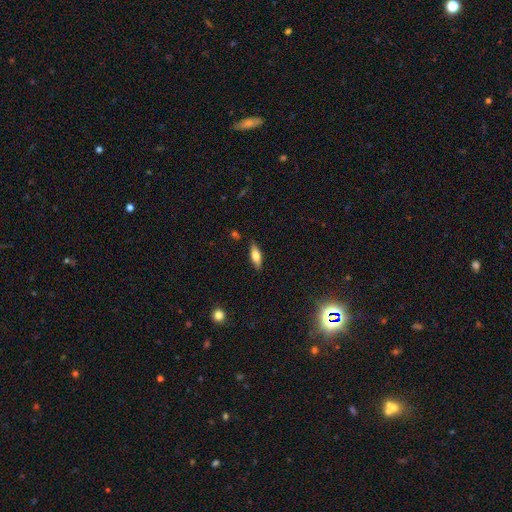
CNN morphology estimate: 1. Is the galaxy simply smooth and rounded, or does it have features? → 65% smooth, 28% featured or disk, 7% star or artifact.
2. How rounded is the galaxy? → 62% in between, 35% cigar-shaped, 3% round.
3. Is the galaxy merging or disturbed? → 86% none, 10% minor disturbance, 2% major disturbance, 1% merger.